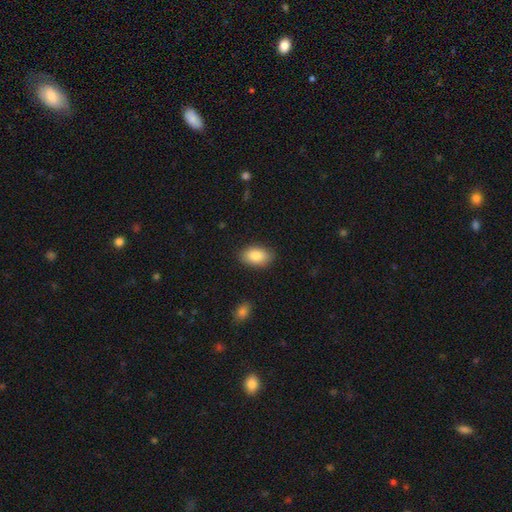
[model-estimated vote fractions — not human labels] This appears to be a smooth galaxy with no disk features (85%) that is in between round and cigar-shaped (91%). Merging: none (86%).